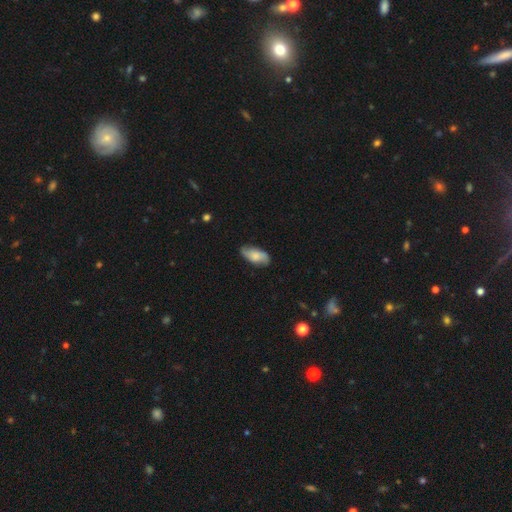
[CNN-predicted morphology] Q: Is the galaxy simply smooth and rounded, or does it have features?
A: smooth — 64%.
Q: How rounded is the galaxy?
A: in between — 89%.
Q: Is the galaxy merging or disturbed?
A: none — 79%.